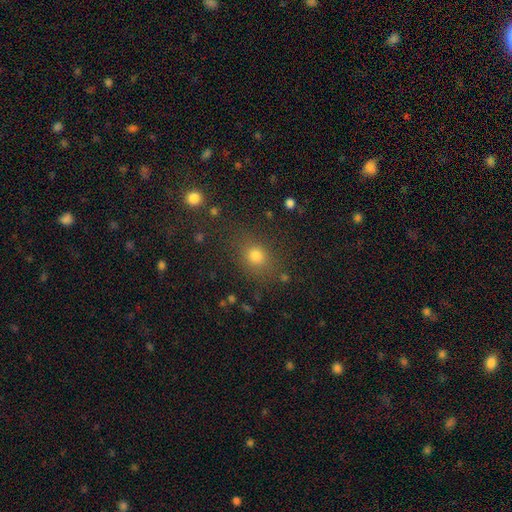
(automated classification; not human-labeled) This appears to be a smooth galaxy with no disk features (75%) that is round (63%). Merging: none (79%).